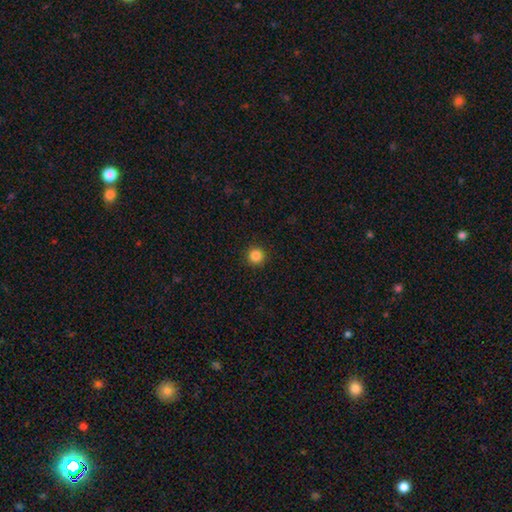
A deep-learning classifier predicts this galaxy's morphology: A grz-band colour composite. It shows a smooth galaxy with no disk features (86%) that is round (96%). Merging: none (93%).